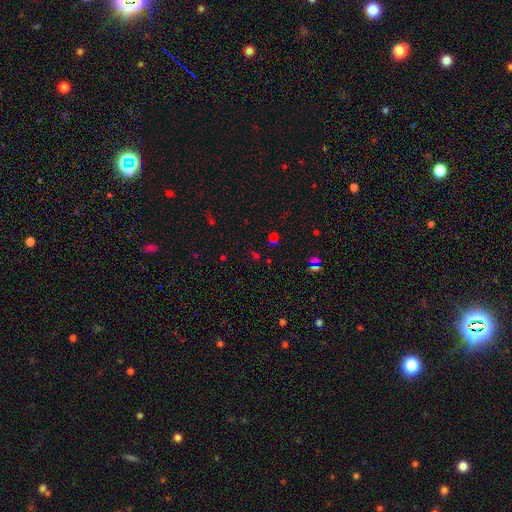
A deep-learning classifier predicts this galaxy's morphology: This appears to be a star or artifact, not a galaxy (58%).